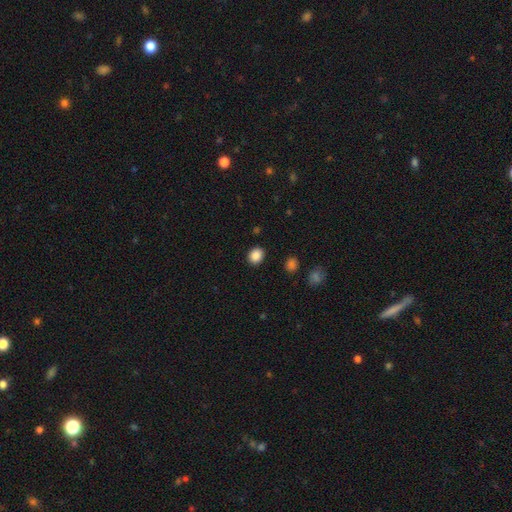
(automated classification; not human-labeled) A smooth galaxy with no disk features (87%) that is round (66%). Merging: none (90%).